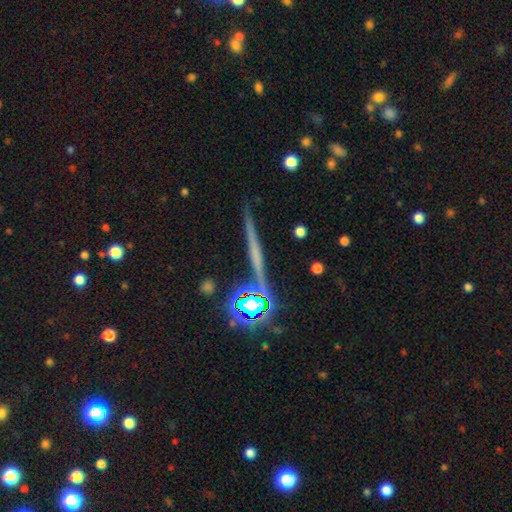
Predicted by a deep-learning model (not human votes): Morphology: type=featured or disk (50%); edge-on=yes (95%); merging=none (85%).